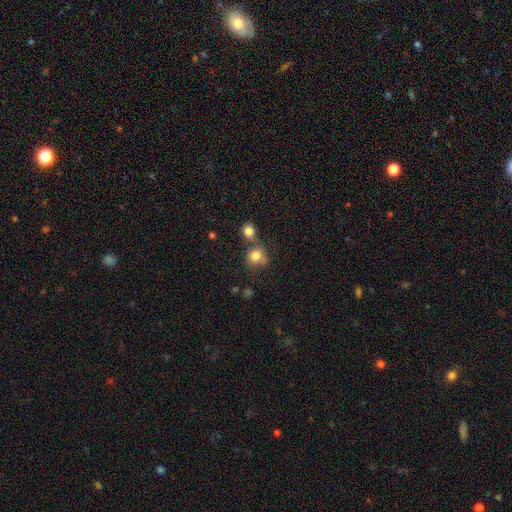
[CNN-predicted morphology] Q: Smooth or featured?
A: smooth (80%); runner-up: star or artifact (11%)
Q: How rounded?
A: round (76%); runner-up: in between (23%)
Q: Merging?
A: none (46%); runner-up: merger (34%)